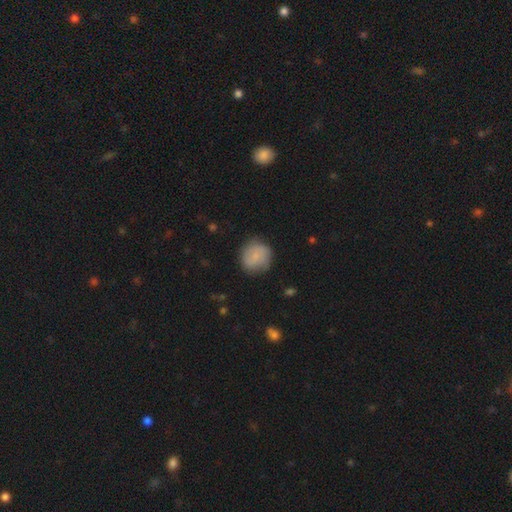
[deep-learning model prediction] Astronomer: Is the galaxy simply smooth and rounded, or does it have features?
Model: smooth — 70%.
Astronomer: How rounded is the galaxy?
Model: round — 87%.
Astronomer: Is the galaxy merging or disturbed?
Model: none — 77%.